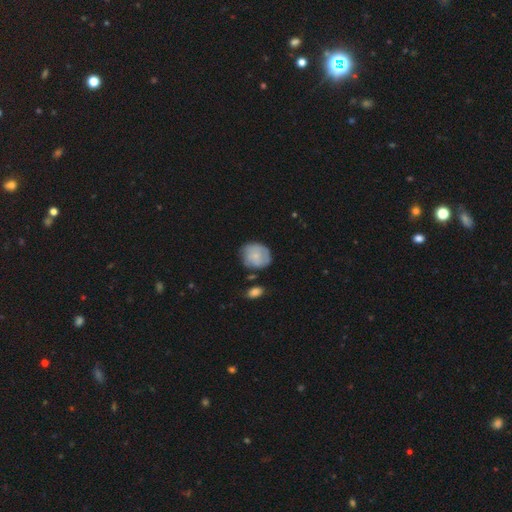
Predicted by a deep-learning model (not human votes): Smooth or featured: smooth — 61% (featured or disk — 33%)
How rounded: round — 77% (in between — 22%)
Merging: none — 61% (minor disturbance — 26%)